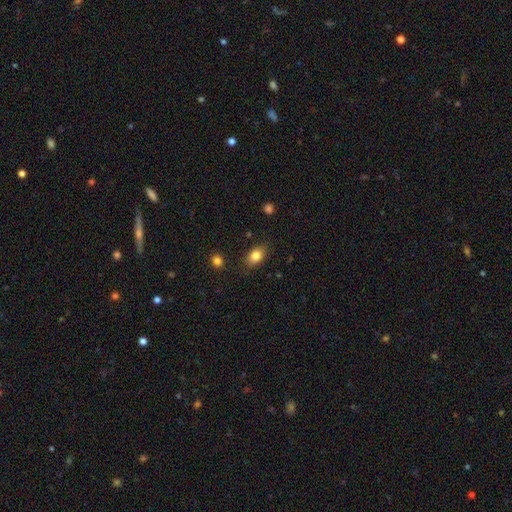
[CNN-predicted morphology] Smooth or featured?
  - smooth: 83% *
  - star or artifact: 9%
  - featured or disk: 8%
How rounded?
  - in between: 82% *
  - round: 17%
  - cigar-shaped: 2%
Merging?
  - none: 83% *
  - minor disturbance: 12%
  - major disturbance: 3%
  - merger: 2%